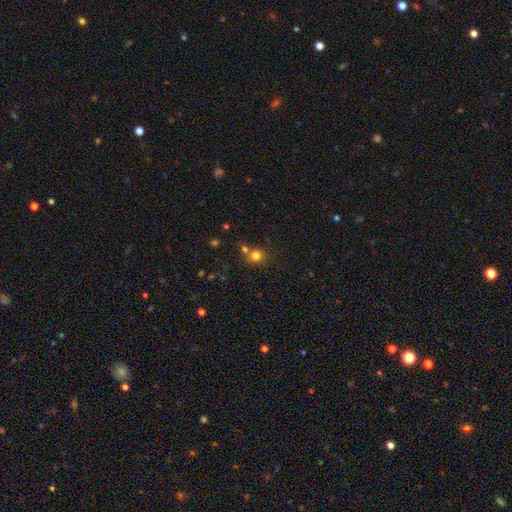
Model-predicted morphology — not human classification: Smooth or featured? smooth (78%)
How rounded? round (85%)
Merging? none (61%)